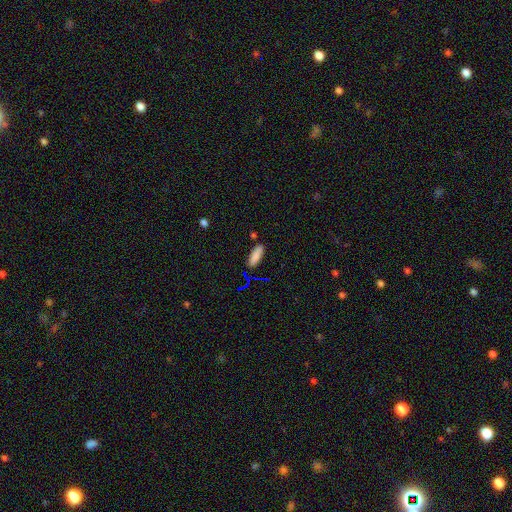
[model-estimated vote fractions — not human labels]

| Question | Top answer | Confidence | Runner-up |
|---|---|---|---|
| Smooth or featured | smooth | 86% | star or artifact (8%) |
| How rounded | in between | 61% | cigar-shaped (37%) |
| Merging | none | 81% | minor disturbance (13%) |